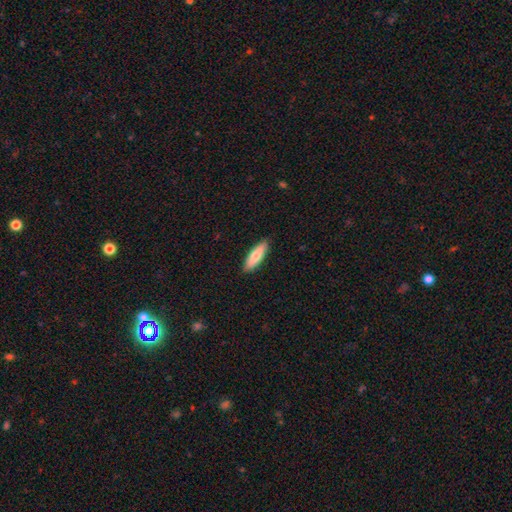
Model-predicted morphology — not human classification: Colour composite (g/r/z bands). It shows a smooth galaxy with no disk features (77%) that is cigar-shaped (52%). Merging: none (89%).